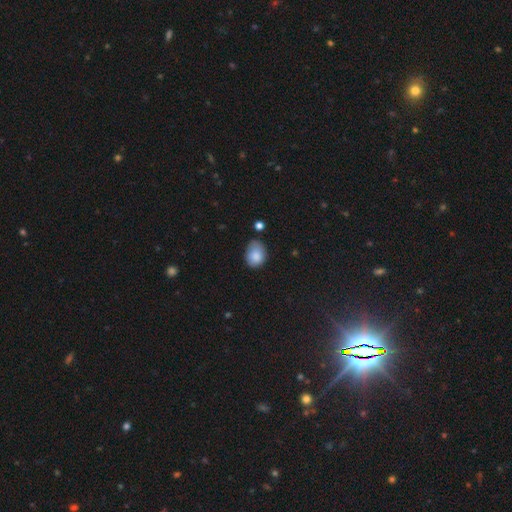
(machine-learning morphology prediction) A smooth galaxy with no disk features (84%) that is in between round and cigar-shaped (66%).

Vote fractions:
- Smooth or featured? smooth: 84% / star or artifact: 8% / featured or disk: 8%
- How rounded? in between: 66% / round: 33% / cigar-shaped: 1%
- Merging? none: 52% / minor disturbance: 36% / major disturbance: 8% / merger: 4%